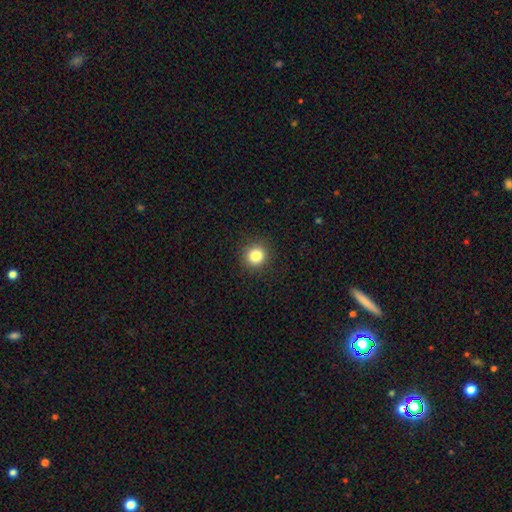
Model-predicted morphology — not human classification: The model was most divided on "smooth or featured": smooth: 84%, star or artifact: 12%, featured or disk: 5%. More confident: how rounded — round (92%); merging — none (91%).